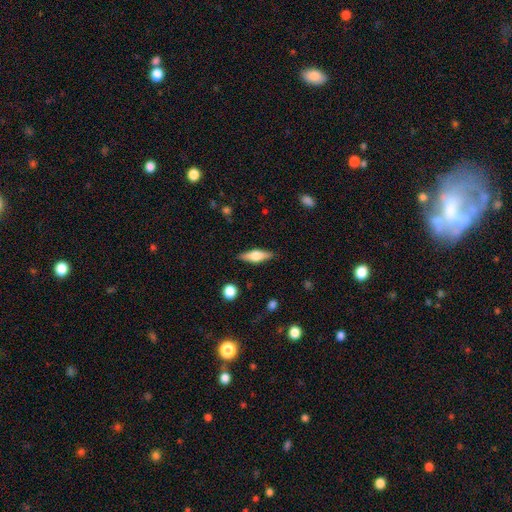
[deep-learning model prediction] Overall: featured or disk (47%; smooth 46%). Merging: none (87%).